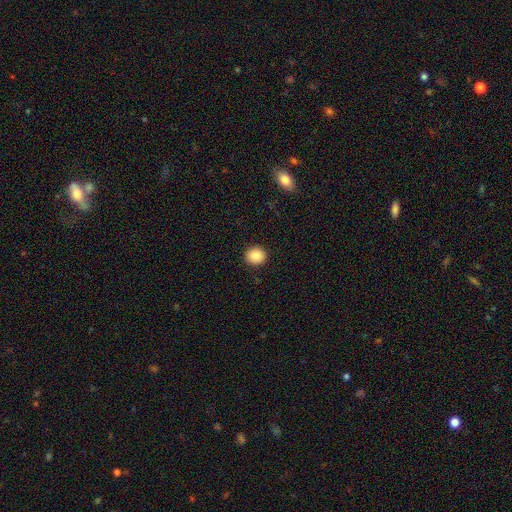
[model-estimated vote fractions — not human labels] Smooth or featured: smooth — 88% (star or artifact — 9%)
How rounded: round — 89% (in between — 10%)
Merging: none — 92% (minor disturbance — 6%)